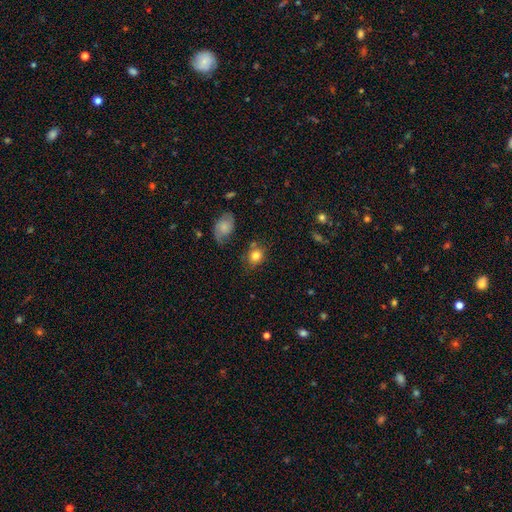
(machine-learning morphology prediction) Smooth or featured? smooth (80%)
How rounded? round (57%)
Merging? none (68%)